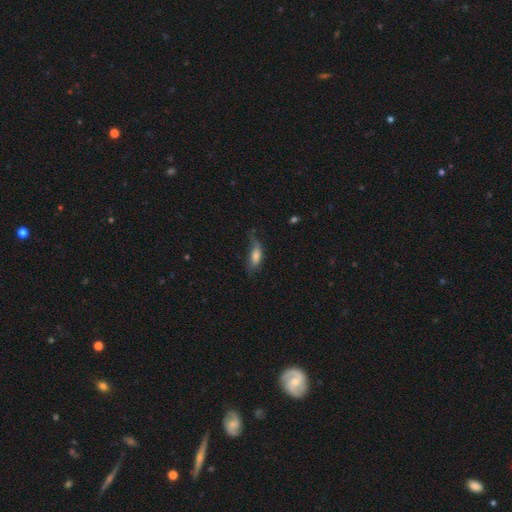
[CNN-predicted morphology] smooth 69%, featured or disk 22%, star or artifact 9%. Down the decision tree: how rounded — in between (74%); merging — none (38%).